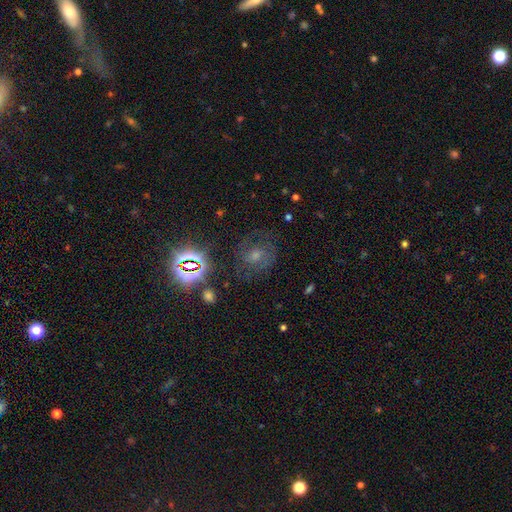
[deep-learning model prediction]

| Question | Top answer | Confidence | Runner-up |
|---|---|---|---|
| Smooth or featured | featured or disk | 47% | smooth (31%) |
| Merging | none | 63% | minor disturbance (19%) |